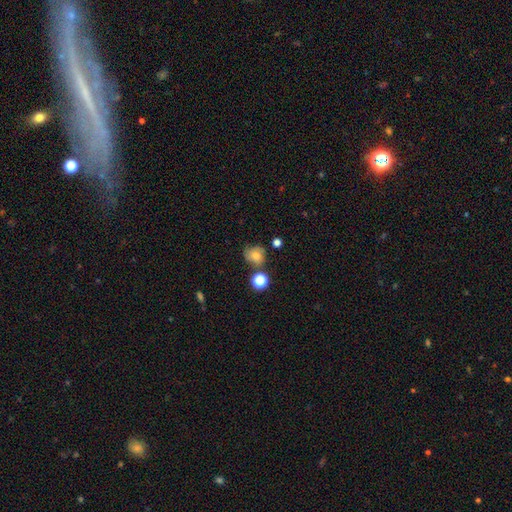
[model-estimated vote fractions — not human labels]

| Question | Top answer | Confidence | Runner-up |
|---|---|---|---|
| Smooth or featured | smooth | 68% | featured or disk (17%) |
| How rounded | round | 76% | in between (23%) |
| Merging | none | 58% | minor disturbance (23%) |